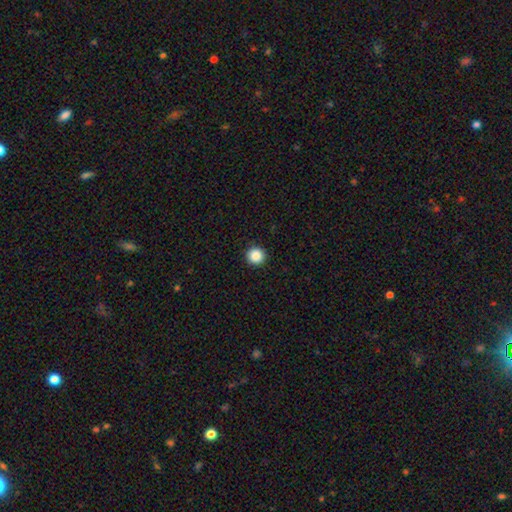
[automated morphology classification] smooth-or-featured: smooth: 87% | star or artifact: 10% | featured or disk: 3%
  how-rounded: round: 96% | in between: 3% | cigar-shaped: 1%
  merging: none: 93% | minor disturbance: 4% | major disturbance: 2% | merger: 1%